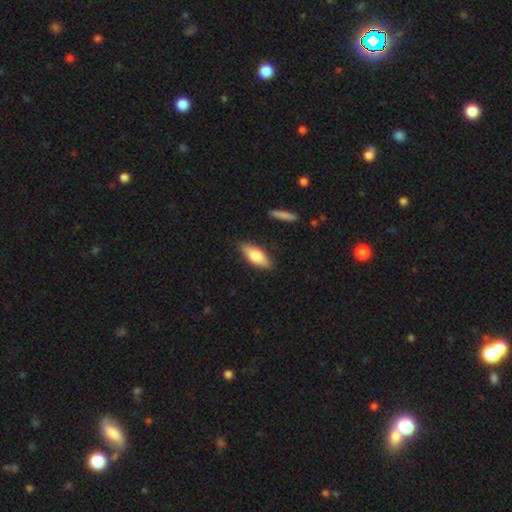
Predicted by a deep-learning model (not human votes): Morphology: type=smooth (71%); roundness=in between (71%); merging=none (86%).